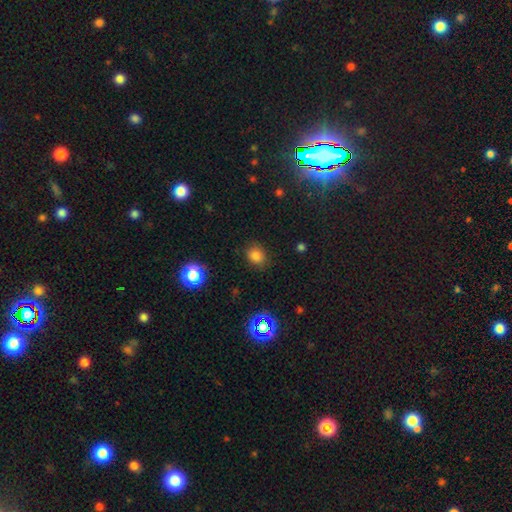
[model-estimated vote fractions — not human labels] Q: Smooth or featured?
A: smooth (79%); runner-up: star or artifact (16%)
Q: How rounded?
A: round (58%); runner-up: in between (41%)
Q: Merging?
A: none (82%); runner-up: minor disturbance (13%)